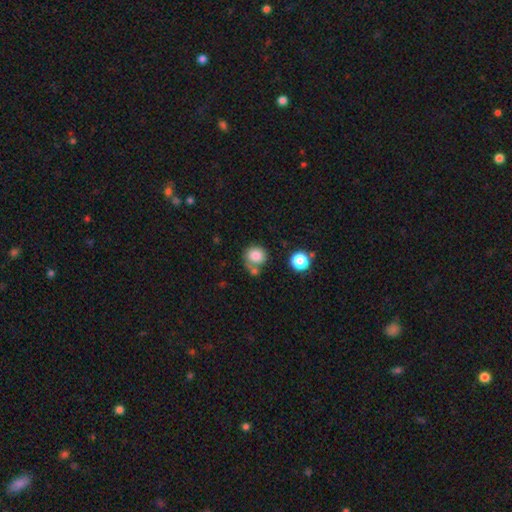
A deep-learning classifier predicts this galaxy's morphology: Smooth or featured? smooth (83%)
How rounded? round (86%)
Merging? none (59%)